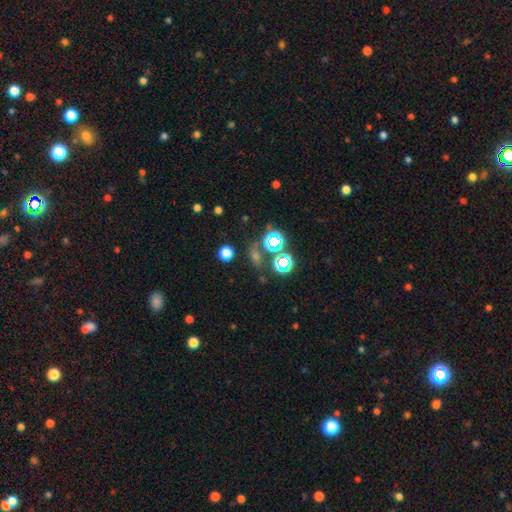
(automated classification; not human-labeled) smooth_or_featured: star or artifact (p=0.58) [alt: smooth p=0.29]